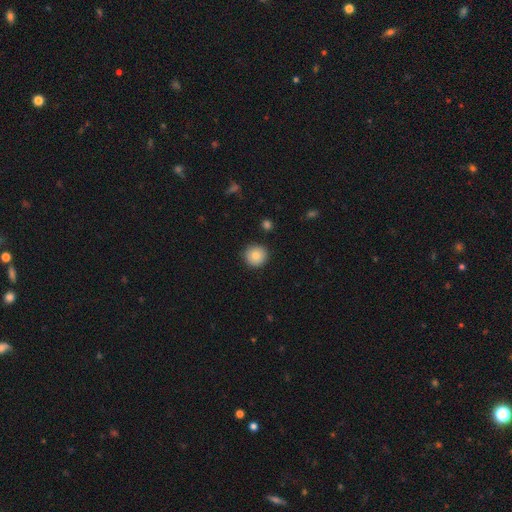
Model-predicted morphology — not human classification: This is clearly a smooth galaxy (81%). How rounded: clearly round (94%). Merging: clearly none (90%).